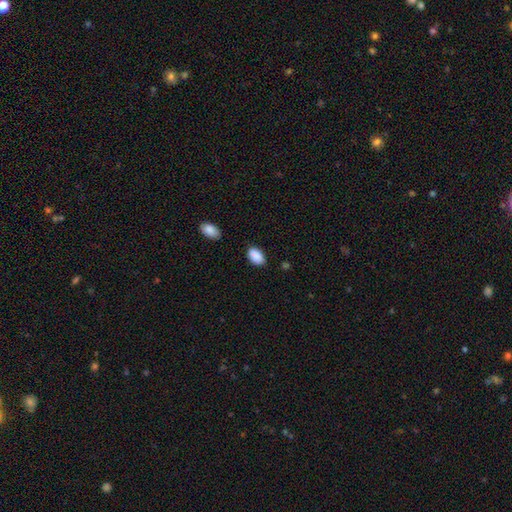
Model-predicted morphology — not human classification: This is clearly a smooth galaxy (90%). How rounded: clearly in between (93%). Merging: clearly none (81%).